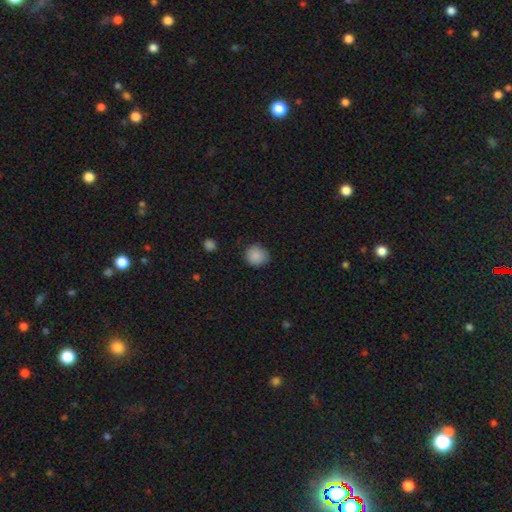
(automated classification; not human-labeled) This is clearly a smooth galaxy (87%). How rounded: clearly round (88%). Merging: clearly none (84%).